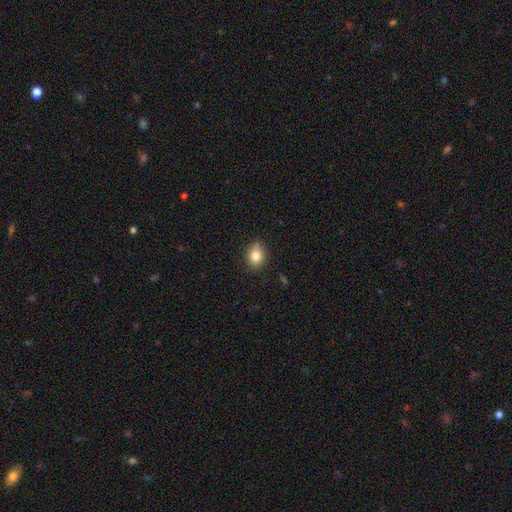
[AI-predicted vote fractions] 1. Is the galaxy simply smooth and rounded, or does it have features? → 82% smooth, 10% star or artifact, 8% featured or disk.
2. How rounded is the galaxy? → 55% in between, 44% round, 1% cigar-shaped.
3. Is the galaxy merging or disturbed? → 83% none, 13% minor disturbance, 2% major disturbance, 1% merger.